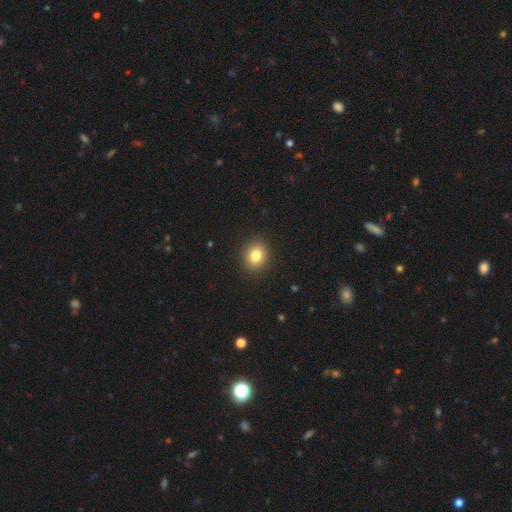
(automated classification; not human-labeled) Overall: smooth (81%). How rounded: round (72%). Merging: none (91%).